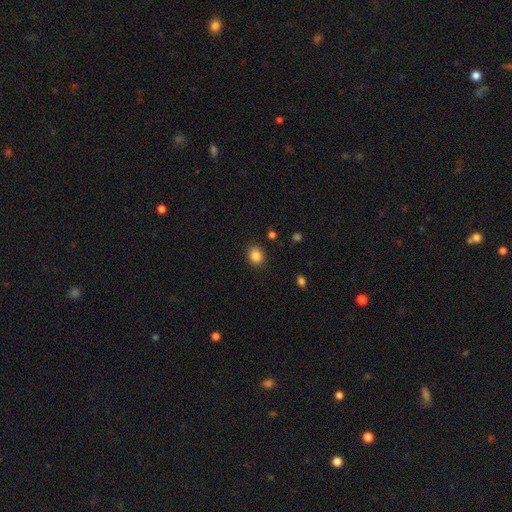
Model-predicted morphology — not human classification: type=smooth (86%); roundness=round (55%); merging=none (88%).